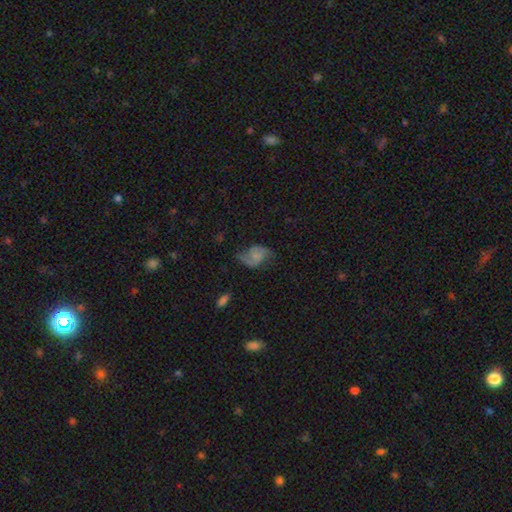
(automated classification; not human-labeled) This appears to be a featured or disk galaxy (62%) with no bar (64%), 2 (88%) loose (55%) spiral arms (90%) and no central bulge (44%). Merging: none (55%).